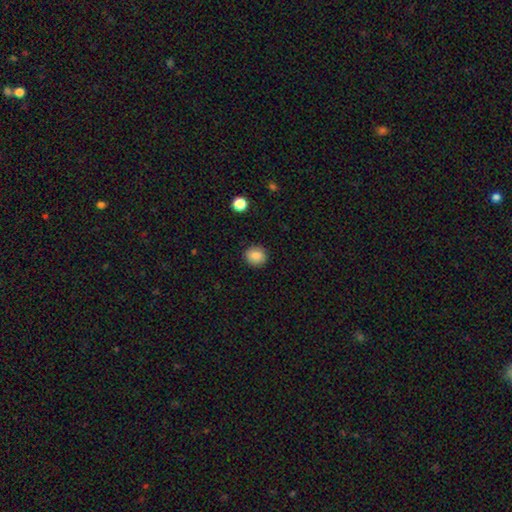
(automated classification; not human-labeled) The model was most divided on "how rounded": round: 86%, in between: 13%, cigar-shaped: 1%. More confident: merging — none (90%); smooth or featured — smooth (85%).